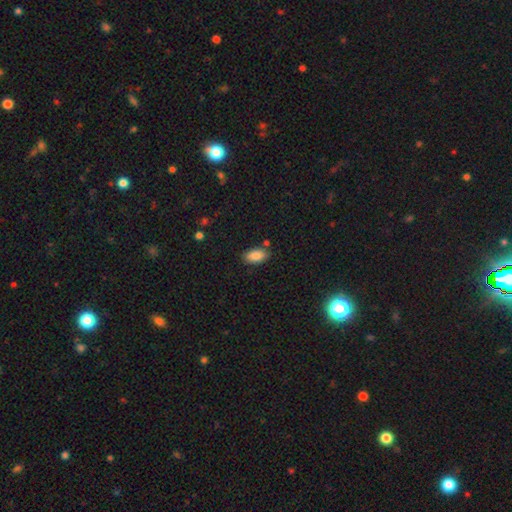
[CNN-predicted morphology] A smooth galaxy with no disk features (87%) that is in between round and cigar-shaped (93%). Merging: none (81%).